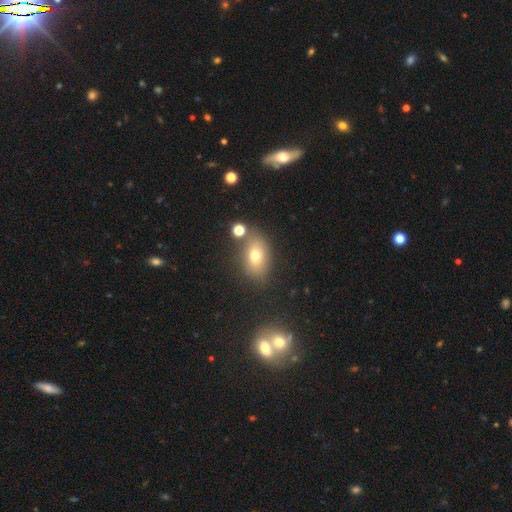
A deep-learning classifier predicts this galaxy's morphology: Smooth or featured? smooth (71%)
How rounded? in between (80%)
Merging? none (69%)